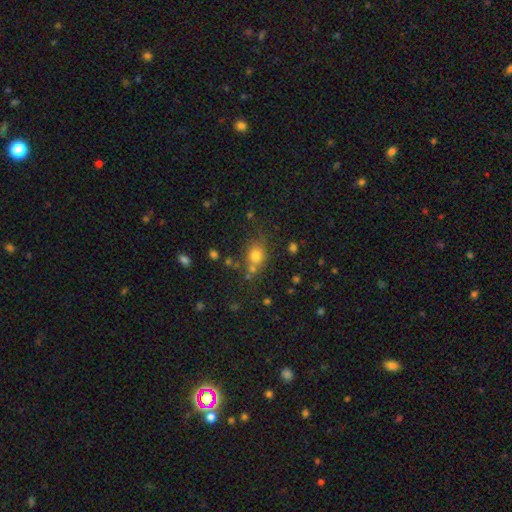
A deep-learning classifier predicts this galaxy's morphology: A smooth galaxy with no disk features (74%) that is round (67%). Merging: none (63%).